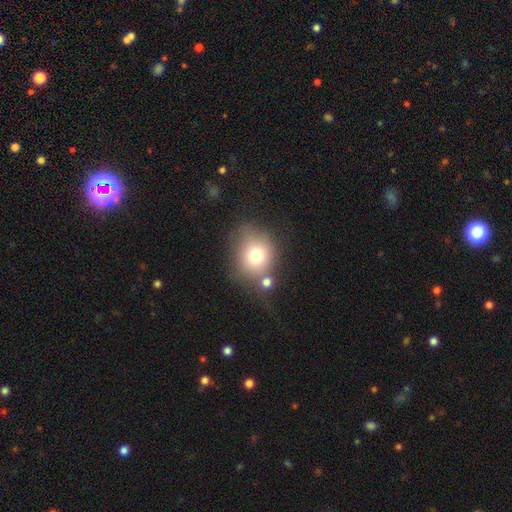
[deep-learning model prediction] A smooth galaxy with no disk features (75%) that is round (72%). Merging: none (52%).